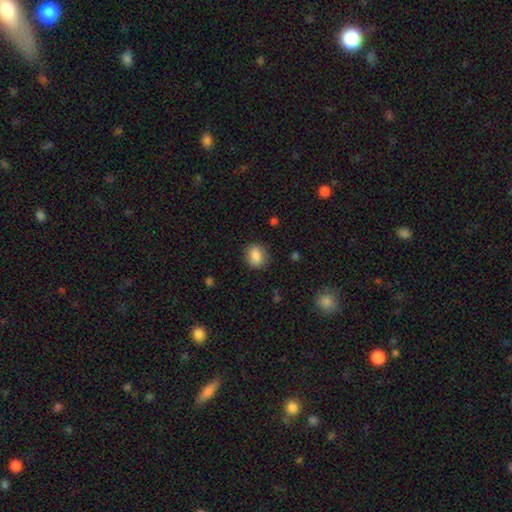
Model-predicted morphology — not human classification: Smooth or featured?
  - smooth: 85% *
  - star or artifact: 8%
  - featured or disk: 7%
How rounded?
  - round: 60% *
  - in between: 39%
  - cigar-shaped: 1%
Merging?
  - none: 85% *
  - minor disturbance: 10%
  - major disturbance: 3%
  - merger: 1%